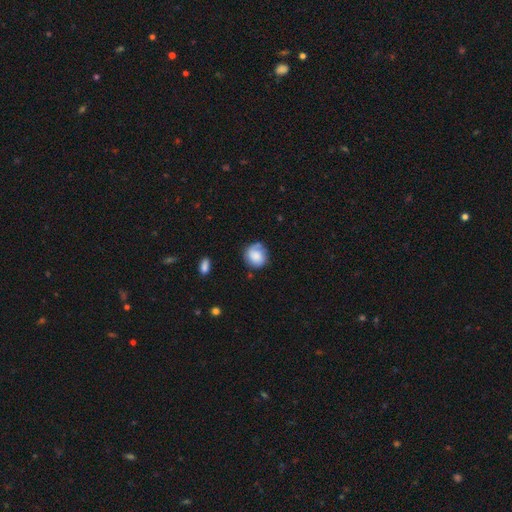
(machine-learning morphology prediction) This is likely a smooth galaxy (68%). How rounded: likely round (79%). Merging: likely none (64%).